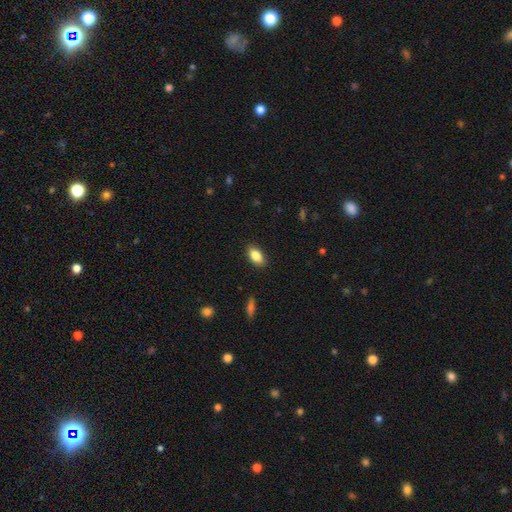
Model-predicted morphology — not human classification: smooth 85%, star or artifact 8%, featured or disk 7%. Down the decision tree: how rounded — in between (90%); merging — none (88%).